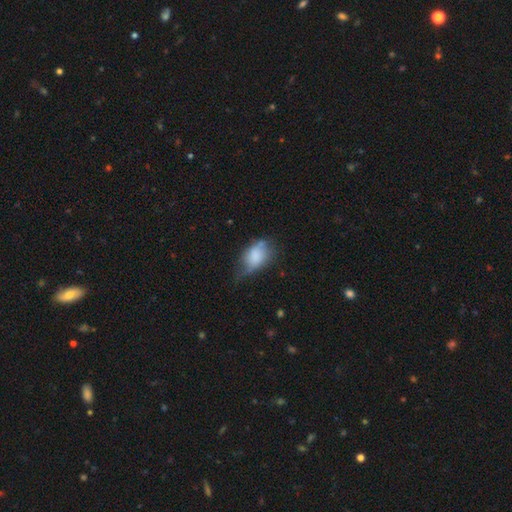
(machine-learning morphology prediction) Overall: smooth (72%). How rounded: in between (85%). Merging: minor disturbance (42%; none 30%).